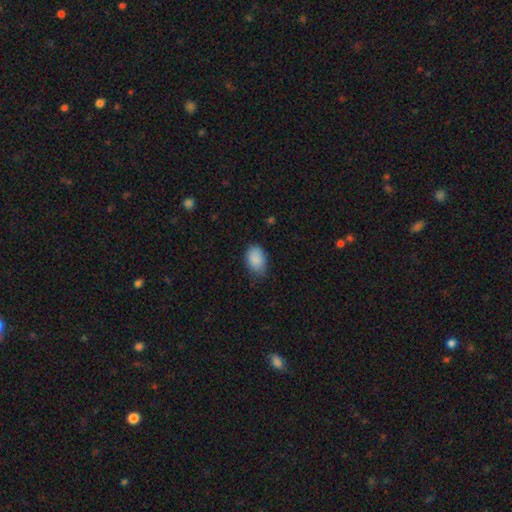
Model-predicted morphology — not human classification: A smooth galaxy with no disk features (89%) that is in between round and cigar-shaped (87%).

Vote fractions:
- Smooth or featured? smooth: 89% / star or artifact: 7% / featured or disk: 4%
- How rounded? in between: 87% / round: 11% / cigar-shaped: 1%
- Merging? none: 68% / minor disturbance: 27% / major disturbance: 4% / merger: 1%